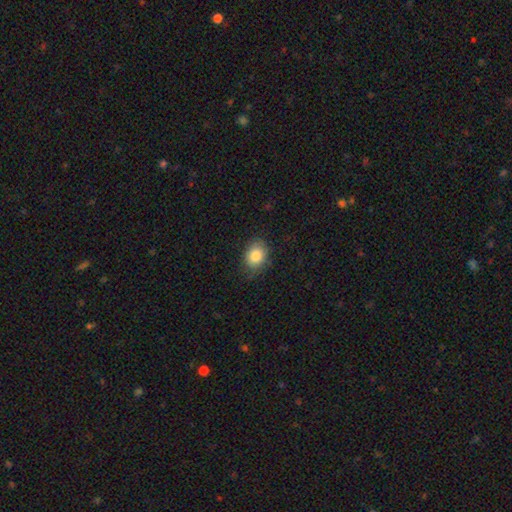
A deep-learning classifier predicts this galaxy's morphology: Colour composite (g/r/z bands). It shows a smooth galaxy with no disk features (84%) that is in between round and cigar-shaped (64%). Merging: none (78%).